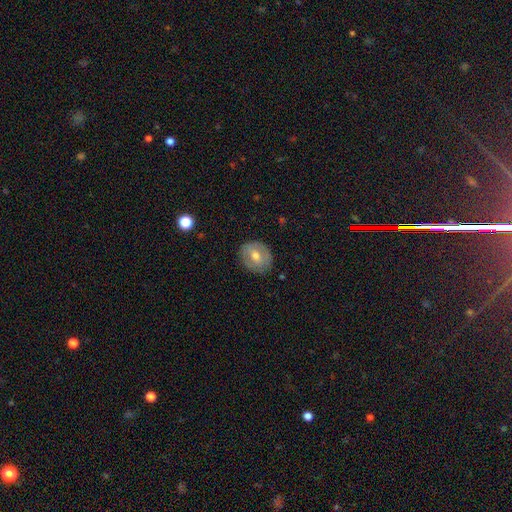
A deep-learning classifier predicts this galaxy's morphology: type=smooth (51%); roundness=round (66%); merging=none (85%).